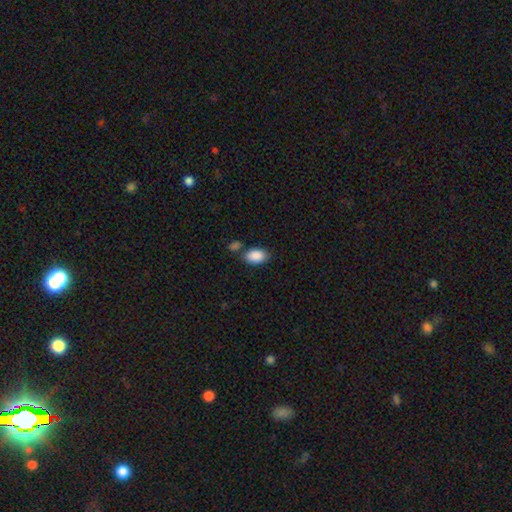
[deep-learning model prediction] Q: Smooth or featured?
A: smooth (89%); runner-up: star or artifact (7%)
Q: How rounded?
A: in between (90%); runner-up: round (9%)
Q: Merging?
A: none (66%); runner-up: merger (17%)